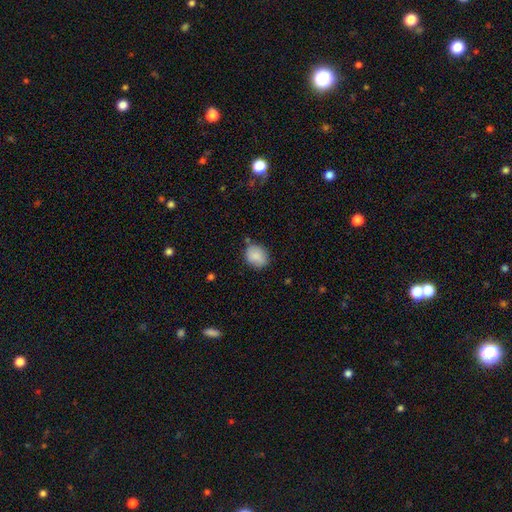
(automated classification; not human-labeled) Smooth or featured? Predicted: smooth (p=0.86). How rounded? Predicted: round (p=0.53). Merging? Predicted: none (p=0.73).